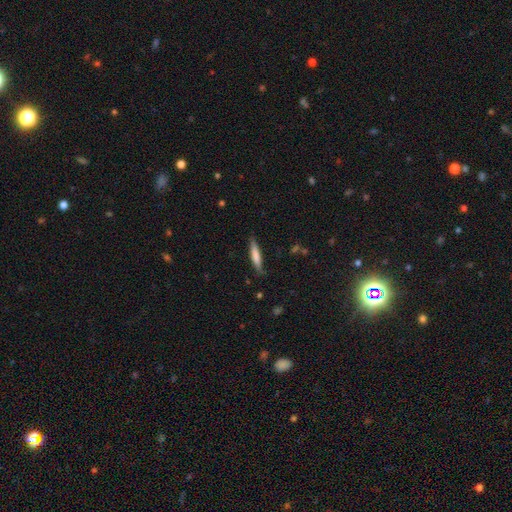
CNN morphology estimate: A smooth galaxy with no disk features (68%) that is cigar-shaped (89%). Merging: none (81%).